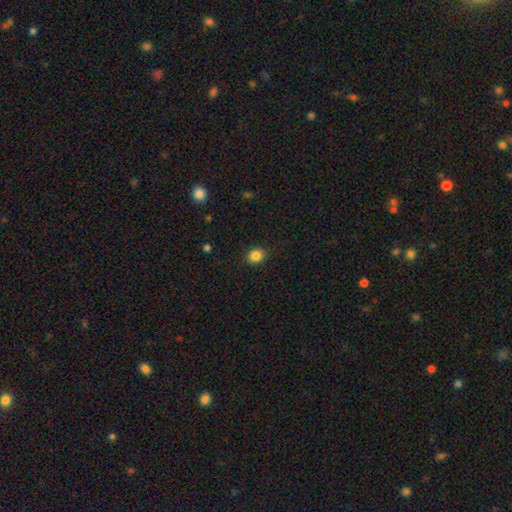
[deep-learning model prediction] The model was most divided on "how rounded": round: 69%, in between: 30%, cigar-shaped: 1%. More confident: merging — none (88%); smooth or featured — smooth (86%).